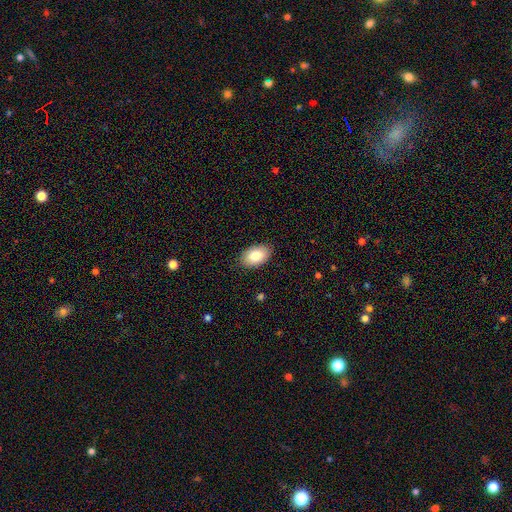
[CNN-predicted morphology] Overall: smooth (84%). How rounded: in between (92%). Merging: none (87%).